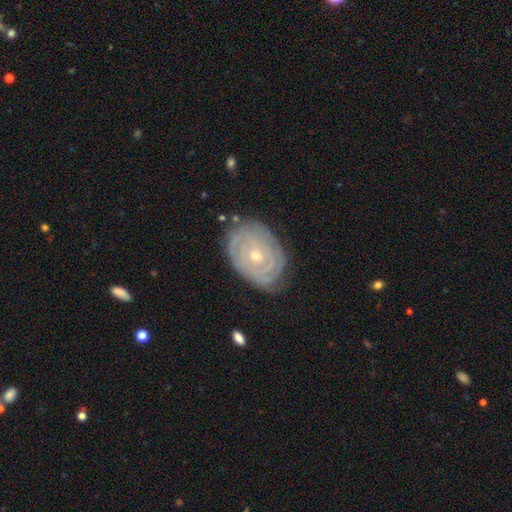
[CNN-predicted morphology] Smooth or featured?
  - featured or disk: 83% *
  - smooth: 11%
  - star or artifact: 6%
Edge-on disk?
  - no: 96% *
  - yes: 4%
Bar?
  - no: 79% *
  - weak: 16%
  - strong: 5%
Spiral arms?
  - yes: 92% *
  - no: 8%
Spiral winding?
  - tight: 87% *
  - medium: 11%
  - loose: 3%
Spiral arm count?
  - can't tell: 40% *
  - 2: 21%
  - 3: 15%
  - 4: 12%
  - more than 4: 7%
  - 1: 6%
Bulge size?
  - small: 60% *
  - moderate: 37%
  - large: 1%
  - none: 1%
  - dominant: 1%
Merging?
  - none: 79% *
  - minor disturbance: 16%
  - major disturbance: 4%
  - merger: 1%